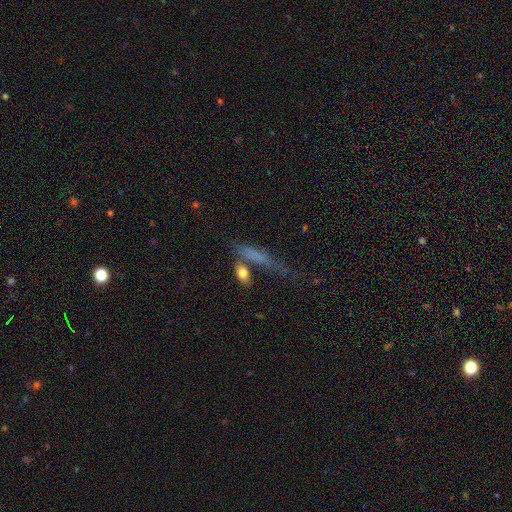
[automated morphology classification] The model was most divided on "merging": none: 47%, minor disturbance: 21%, merger: 18%, major disturbance: 15%. More confident: how rounded — cigar-shaped (73%); smooth or featured — smooth (61%).